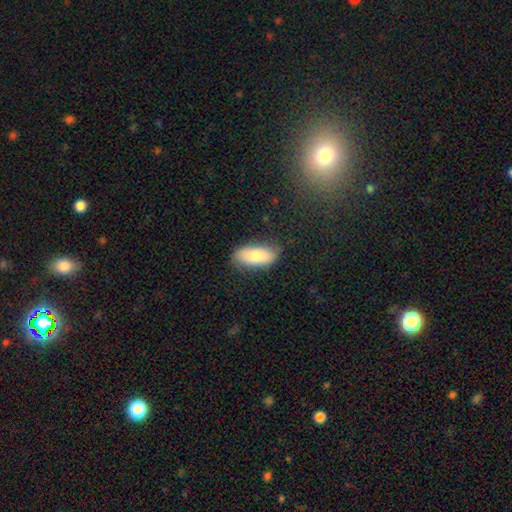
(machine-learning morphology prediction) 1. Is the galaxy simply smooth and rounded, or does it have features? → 80% smooth, 14% featured or disk, 6% star or artifact.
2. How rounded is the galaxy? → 84% in between, 13% cigar-shaped, 3% round.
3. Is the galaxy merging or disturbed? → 81% none, 15% minor disturbance, 3% major disturbance, 1% merger.